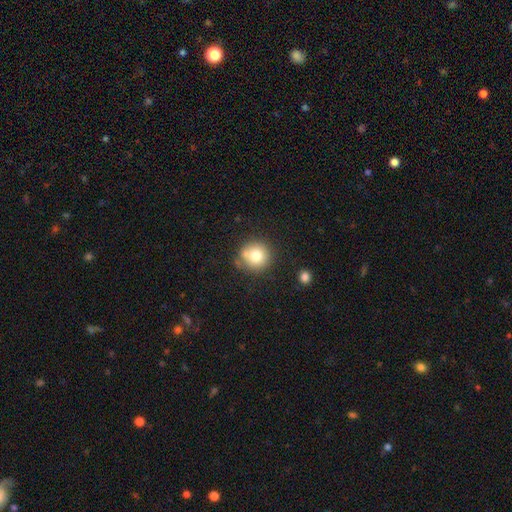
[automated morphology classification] A smooth galaxy with no disk features (76%) that is round (92%). Merging: none (72%).